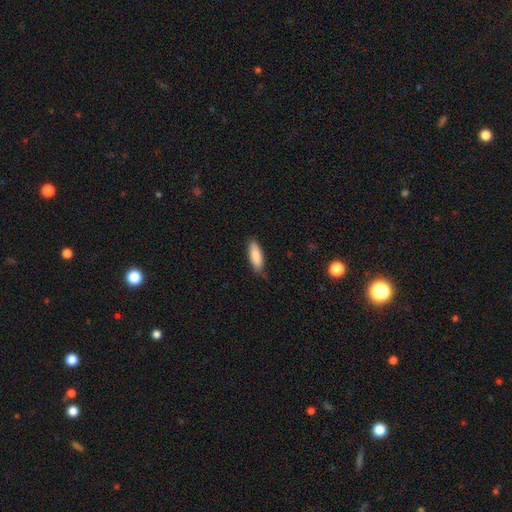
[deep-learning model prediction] A smooth galaxy with no disk features (87%) that is in between round and cigar-shaped (66%).

Vote fractions:
- Smooth or featured? smooth: 87% / featured or disk: 7% / star or artifact: 6%
- How rounded? in between: 66% / cigar-shaped: 32% / round: 2%
- Merging? none: 74% / minor disturbance: 22% / major disturbance: 3% / merger: 1%